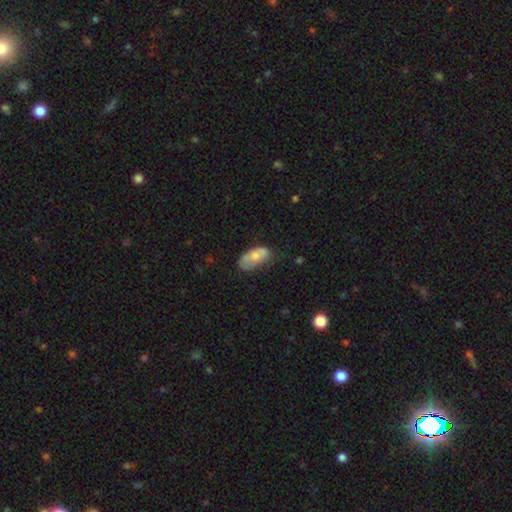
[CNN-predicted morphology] A smooth galaxy with no disk features (71%) that is in between round and cigar-shaped (91%). Merging: none (46%).